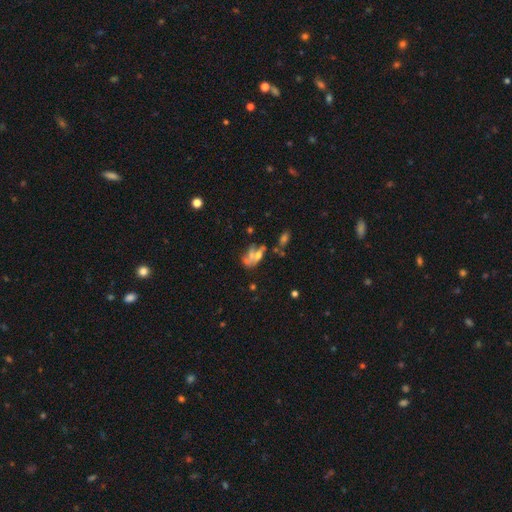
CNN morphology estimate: Overall: featured or disk (42%; smooth 40%). Merging: merger (38%; none 24%).